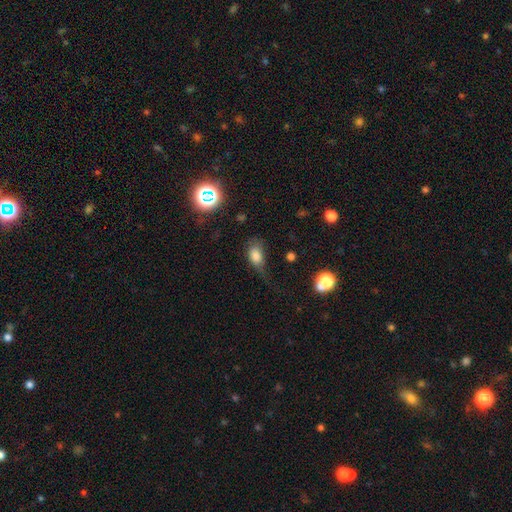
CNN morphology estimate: Smooth or featured? smooth (77%)
How rounded? in between (84%)
Merging? none (39%)